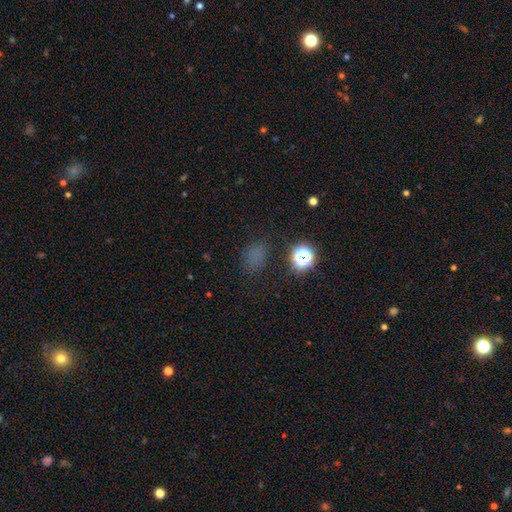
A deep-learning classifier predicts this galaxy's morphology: This appears to be a smooth galaxy with no disk features (63%) that is in between round and cigar-shaped (59%). Merging: none (75%).